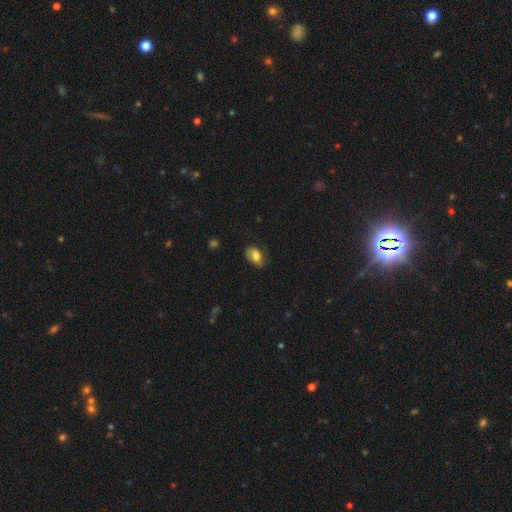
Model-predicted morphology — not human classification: Smooth or featured: smooth — 75% (featured or disk — 17%)
How rounded: in between — 86% (round — 13%)
Merging: none — 68% (minor disturbance — 24%)